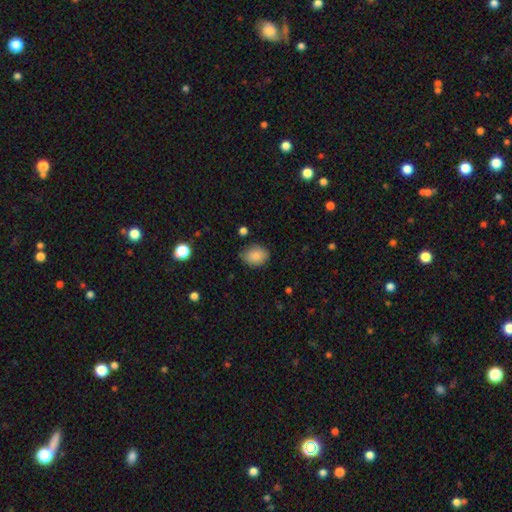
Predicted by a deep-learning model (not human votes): Smooth or featured? Predicted: smooth (p=0.87). How rounded? Predicted: in between (p=0.58). Merging? Predicted: none (p=0.76).